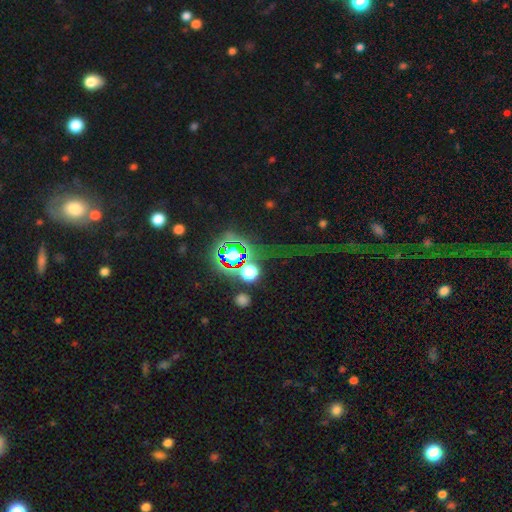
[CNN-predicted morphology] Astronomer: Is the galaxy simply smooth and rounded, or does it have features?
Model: star or artifact — 68%.